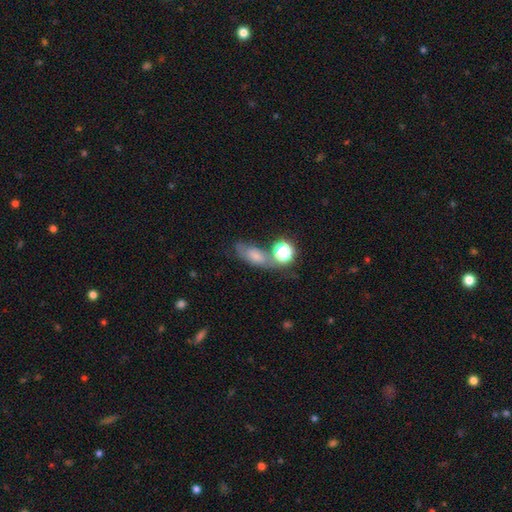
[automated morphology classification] This appears to be a smooth galaxy with no disk features (52%) that is in between round and cigar-shaped (61%). Merging: none (50%).